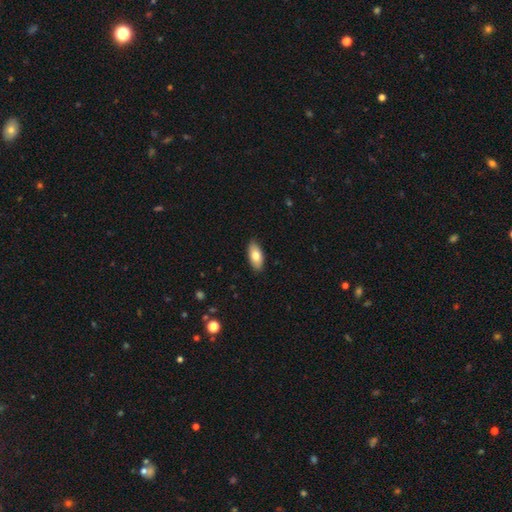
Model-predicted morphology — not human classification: This appears to be a smooth galaxy with no disk features (77%) that is in between round and cigar-shaped (90%). Merging: none (89%).